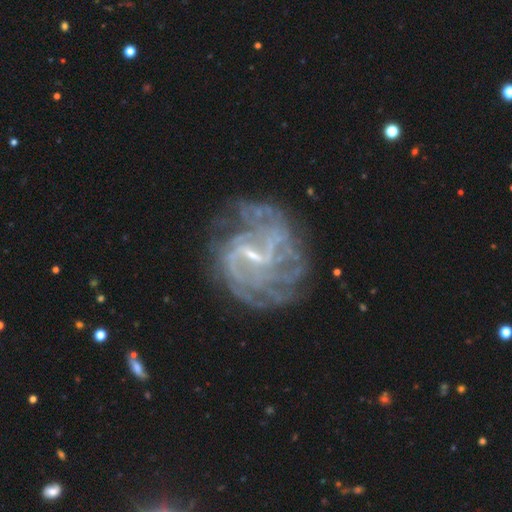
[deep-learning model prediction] A featured or disk galaxy (86%) with a weak bar (56%), tight (42%) spiral arms (88%) and a small central bulge (68%). Merging: none (62%).